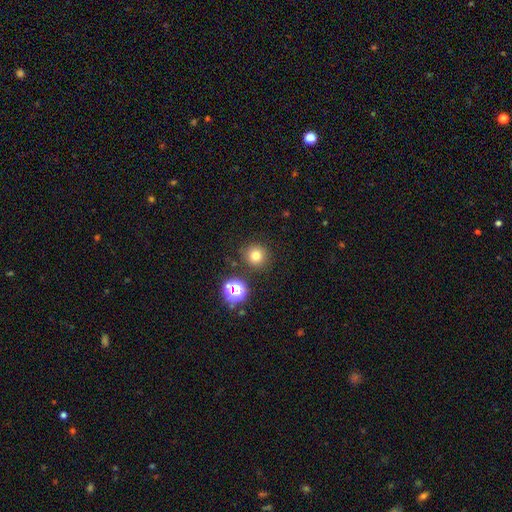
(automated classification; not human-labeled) The model was most divided on "smooth or featured": smooth: 74%, star or artifact: 19%, featured or disk: 8%. More confident: how rounded — round (93%); merging — none (86%).